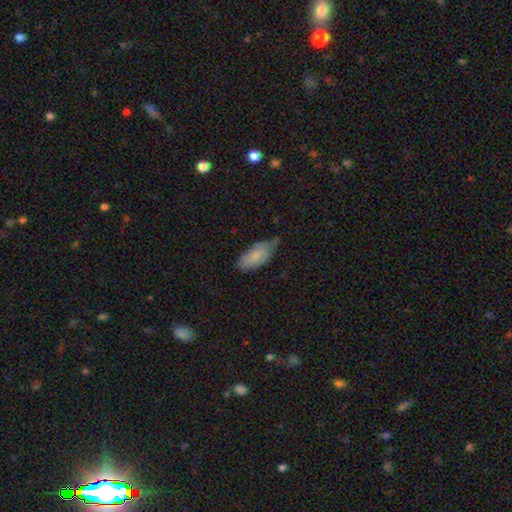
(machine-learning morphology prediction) smooth_or_featured: smooth (p=0.81) [alt: featured or disk p=0.12]
how_rounded: in between (p=0.87) [alt: cigar-shaped p=0.11]
merging: none (p=0.54) [alt: minor disturbance p=0.37]